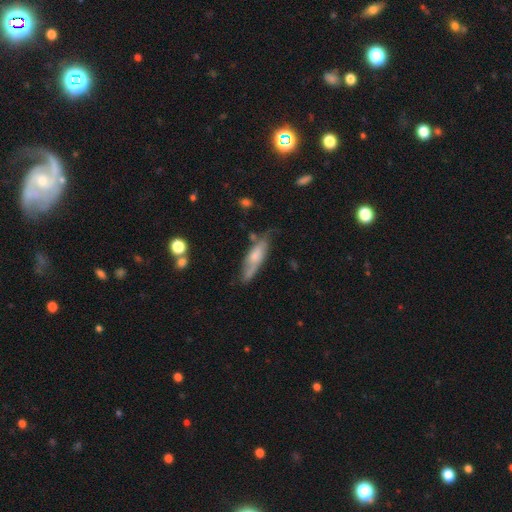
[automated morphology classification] A smooth galaxy with no disk features (51%) that is cigar-shaped (54%).

Vote fractions:
- Smooth or featured? smooth: 51% / featured or disk: 42% / star or artifact: 7%
- How rounded? cigar-shaped: 54% / in between: 44% / round: 2%
- Merging? none: 55% / minor disturbance: 30% / major disturbance: 9% / merger: 5%